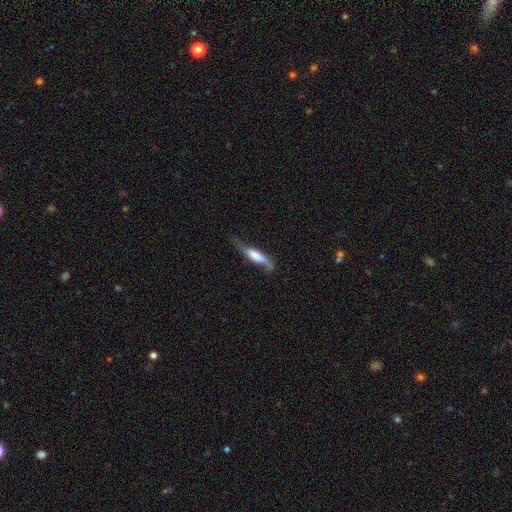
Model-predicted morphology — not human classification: This appears to be a featured or disk galaxy (50%). Merging: none (49%).